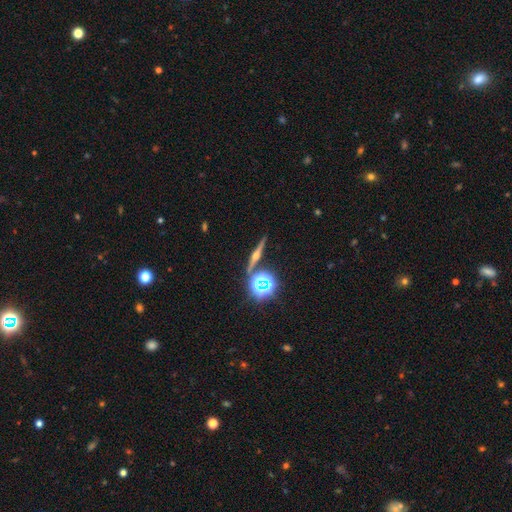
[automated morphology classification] Smooth or featured: featured or disk — 68% (star or artifact — 18%)
Edge-on disk: yes — 96% (no — 4%)
Edge-on bulge: rounded — 94% (boxy — 4%)
Merging: none — 87% (minor disturbance — 7%)